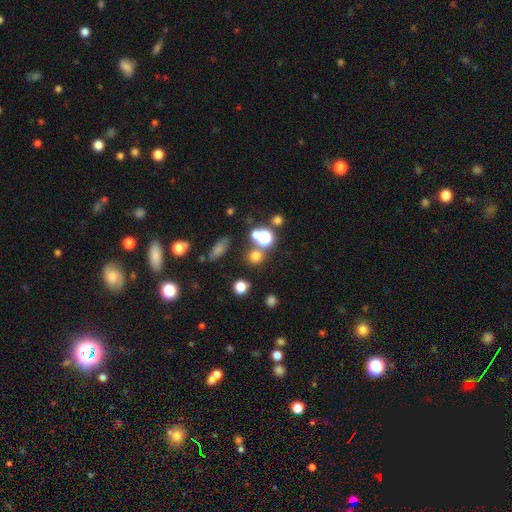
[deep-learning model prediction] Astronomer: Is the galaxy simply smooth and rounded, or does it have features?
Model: smooth — 67%.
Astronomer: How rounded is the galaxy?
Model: round — 87%.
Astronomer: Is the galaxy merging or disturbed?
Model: none — 71%.